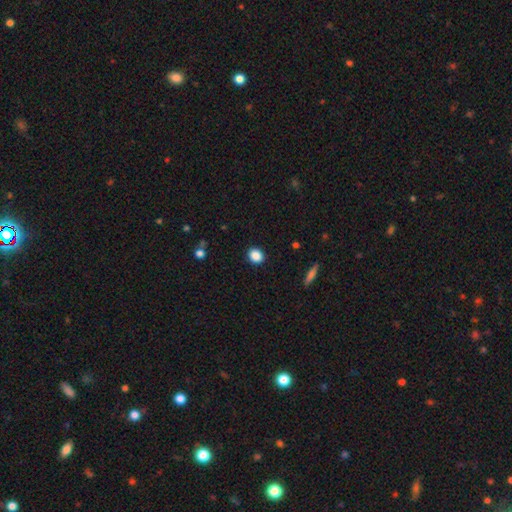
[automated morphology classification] type=smooth (88%); roundness=round (62%); merging=none (90%).